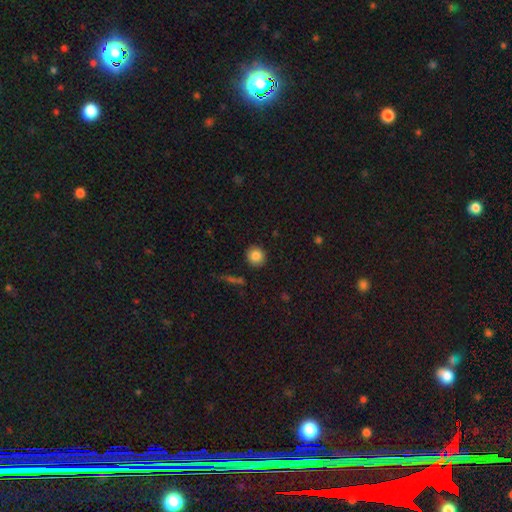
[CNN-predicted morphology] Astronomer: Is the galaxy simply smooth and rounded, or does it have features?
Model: smooth — 84%.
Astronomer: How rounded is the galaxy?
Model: round — 89%.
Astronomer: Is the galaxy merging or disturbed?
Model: none — 89%.